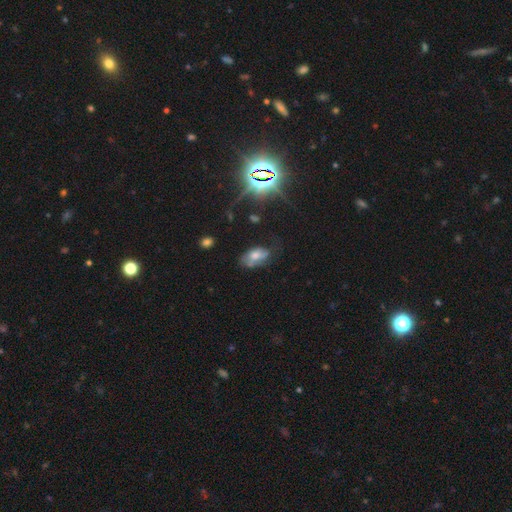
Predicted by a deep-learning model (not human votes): The model was most divided on "smooth or featured": smooth: 47%, featured or disk: 37%, star or artifact: 15%. Remaining: merging — none (45%).